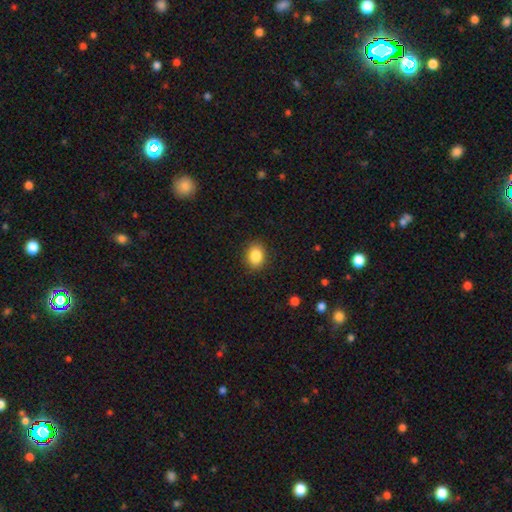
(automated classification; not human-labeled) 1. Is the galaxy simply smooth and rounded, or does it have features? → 87% smooth, 9% star or artifact, 5% featured or disk.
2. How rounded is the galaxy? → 55% in between, 44% round, 1% cigar-shaped.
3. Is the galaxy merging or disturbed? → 88% none, 8% minor disturbance, 2% major disturbance, 1% merger.